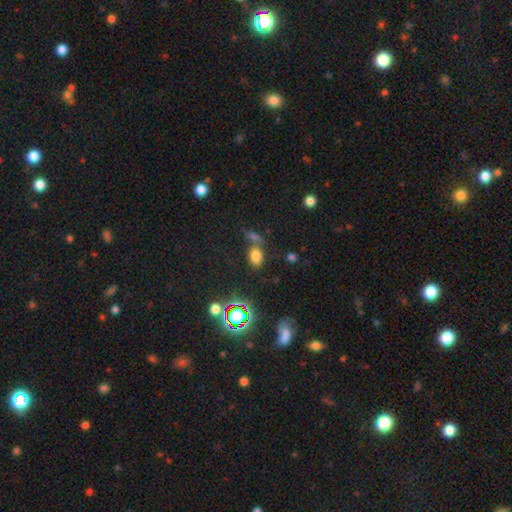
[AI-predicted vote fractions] A smooth galaxy with no disk features (71%) that is in between round and cigar-shaped (74%).

Vote fractions:
- Smooth or featured? smooth: 71% / star or artifact: 21% / featured or disk: 8%
- How rounded? in between: 74% / round: 24% / cigar-shaped: 2%
- Merging? none: 61% / merger: 22% / minor disturbance: 12% / major disturbance: 5%